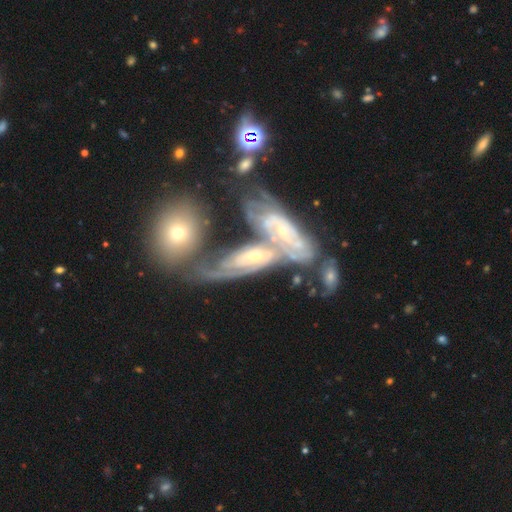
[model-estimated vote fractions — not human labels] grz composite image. It shows a featured or disk galaxy (76%) with no bar (62%), tight (58%) spiral arms (81%) and a small central bulge (65%). Merging: merger (48%).